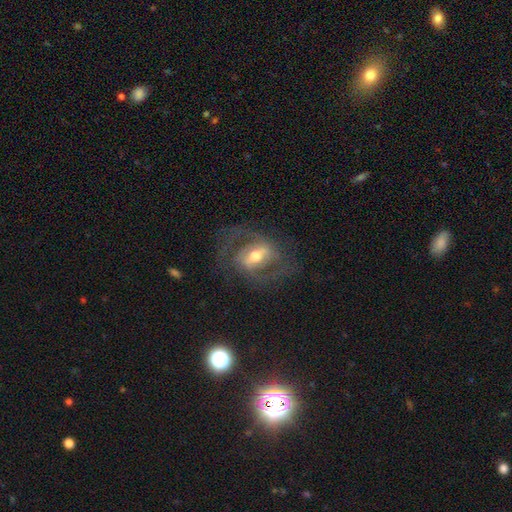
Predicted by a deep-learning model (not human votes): Overall: featured or disk (81%). Edge-on disk: no (95%). Bar: strong (47%; weak 39%). Spiral arms: yes (84%). Spiral arm count: 2 (84%). Spiral winding: medium (53%; loose 25%). Bulge size: moderate (70%). Merging: none (70%).